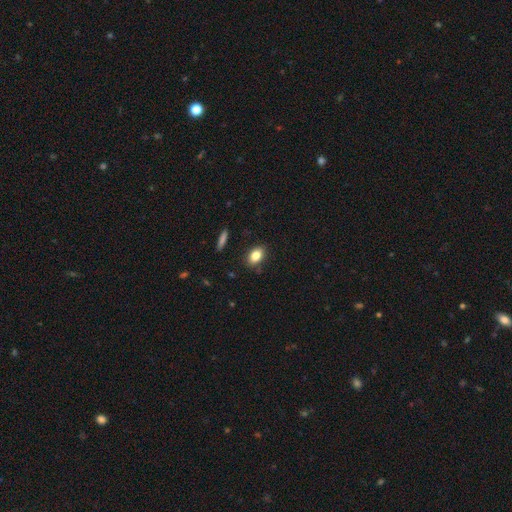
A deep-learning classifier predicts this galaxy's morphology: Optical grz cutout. It shows a smooth galaxy with no disk features (82%) that is in between round and cigar-shaped (80%). Merging: none (85%).